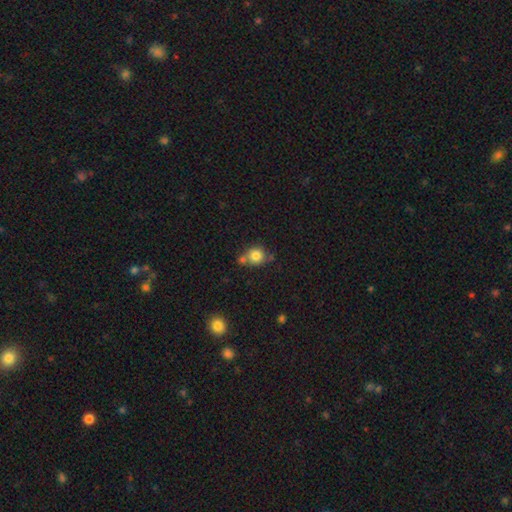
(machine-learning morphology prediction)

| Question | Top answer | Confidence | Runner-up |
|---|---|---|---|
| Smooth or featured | smooth | 81% | star or artifact (11%) |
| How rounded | round | 86% | in between (13%) |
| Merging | none | 58% | merger (25%) |